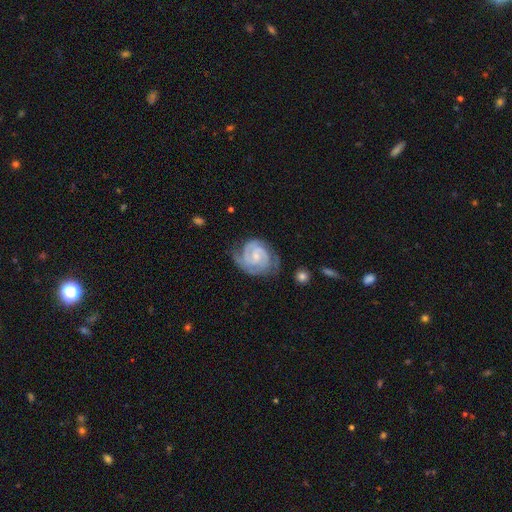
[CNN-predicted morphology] Smooth or featured?
  - featured or disk: 89% *
  - smooth: 6%
  - star or artifact: 4%
Edge-on disk?
  - no: 98% *
  - yes: 2%
Bar?
  - no: 48% *
  - weak: 43%
  - strong: 9%
Spiral arms?
  - yes: 98% *
  - no: 2%
Spiral winding?
  - tight: 66% *
  - medium: 30%
  - loose: 4%
Spiral arm count?
  - 2: 59% *
  - 3: 23%
  - can't tell: 9%
  - 4: 3%
  - 1: 3%
  - more than 4: 3%
Bulge size?
  - small: 63% *
  - moderate: 27%
  - none: 8%
  - large: 1%
  - dominant: 1%
Merging?
  - none: 66% *
  - minor disturbance: 23%
  - major disturbance: 9%
  - merger: 2%